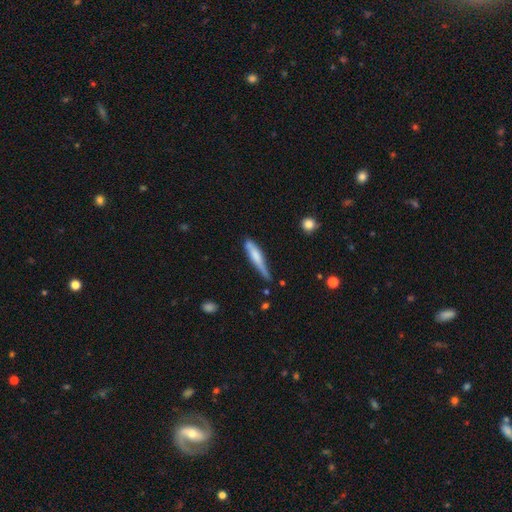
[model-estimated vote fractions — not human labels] Overall: smooth (63%; featured or disk 31%). How rounded: cigar-shaped (86%). Merging: none (46%; minor disturbance 37%).